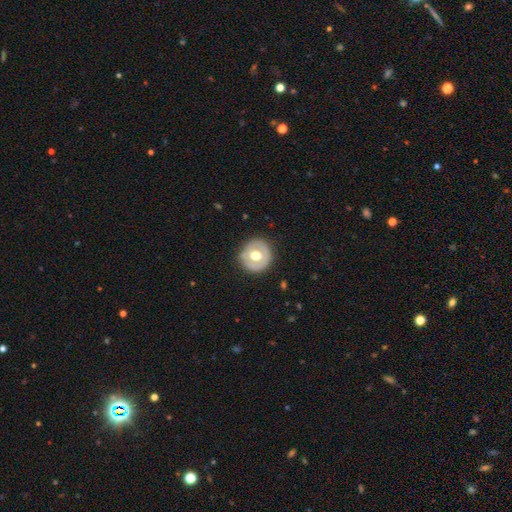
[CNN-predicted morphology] Q: Smooth or featured?
A: smooth (50%); runner-up: featured or disk (44%)
Q: Merging?
A: none (83%); runner-up: minor disturbance (12%)